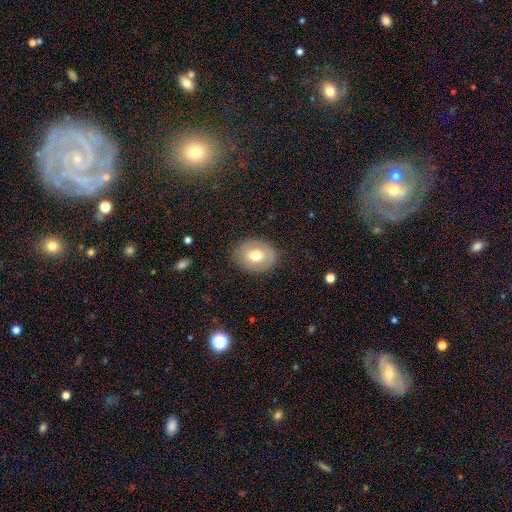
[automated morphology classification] type=smooth (64%); roundness=in between (58%); merging=none (83%).